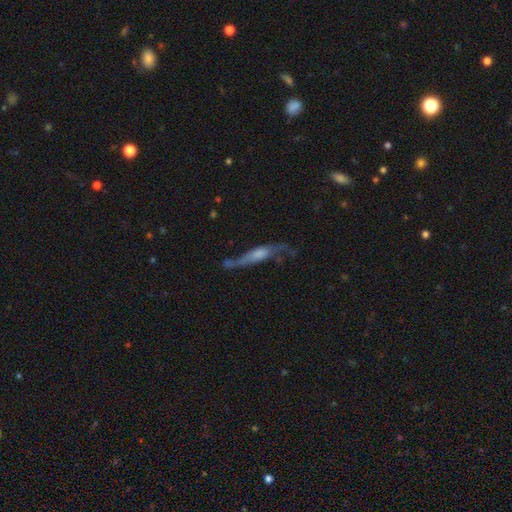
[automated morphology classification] Smooth or featured?
  - featured or disk: 68% *
  - smooth: 22%
  - star or artifact: 9%
Edge-on disk?
  - yes: 64% *
  - no: 36%
Merging?
  - none: 54% *
  - minor disturbance: 24%
  - major disturbance: 16%
  - merger: 6%